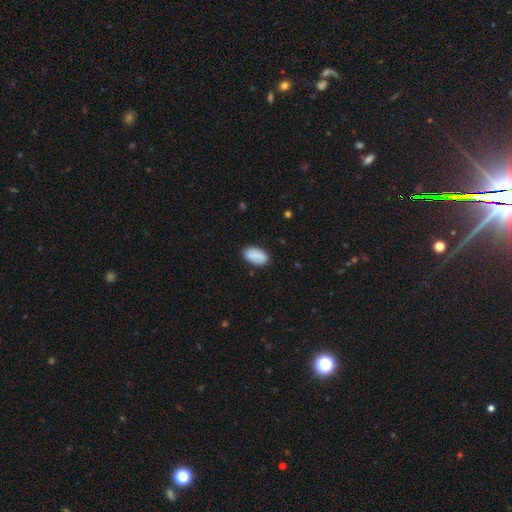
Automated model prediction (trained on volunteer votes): A smooth galaxy with no disk features (86%) that is in between round and cigar-shaped (94%).

Vote fractions:
- Smooth or featured? smooth: 86% / featured or disk: 8% / star or artifact: 7%
- How rounded? in between: 94% / round: 4% / cigar-shaped: 2%
- Merging? none: 84% / minor disturbance: 12% / major disturbance: 3% / merger: 2%